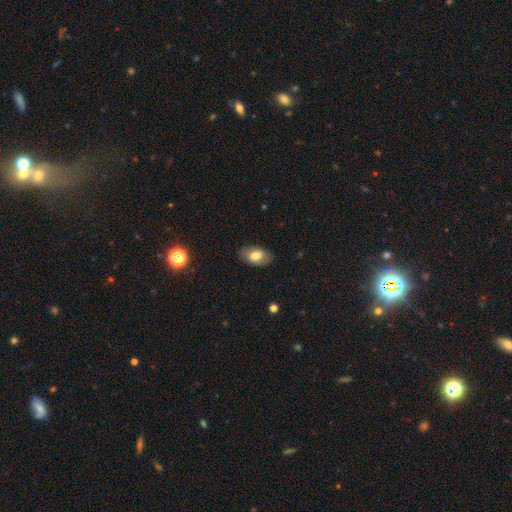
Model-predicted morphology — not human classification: Q: Smooth or featured?
A: smooth (70%); runner-up: featured or disk (23%)
Q: How rounded?
A: in between (92%); runner-up: round (6%)
Q: Merging?
A: none (83%); runner-up: minor disturbance (13%)